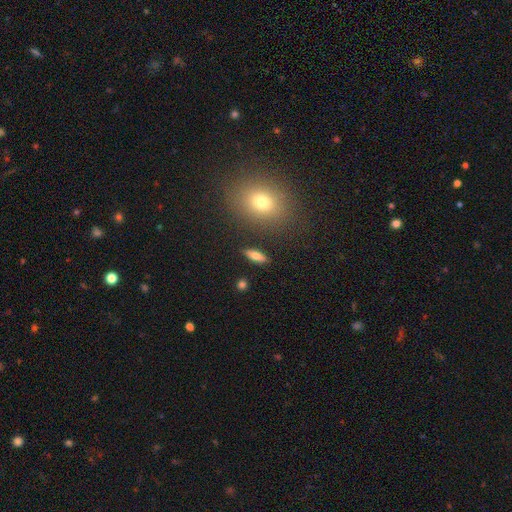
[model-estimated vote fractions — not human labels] Overall: smooth (70%). How rounded: in between (62%; cigar-shaped 33%). Merging: none (88%).